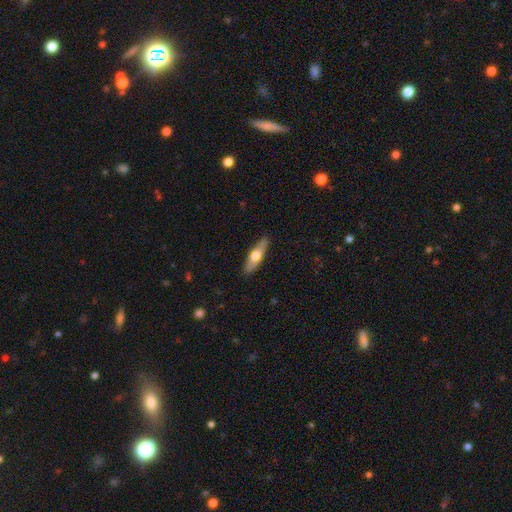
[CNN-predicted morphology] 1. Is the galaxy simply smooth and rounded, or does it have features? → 55% smooth, 40% featured or disk, 5% star or artifact.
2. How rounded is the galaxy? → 55% cigar-shaped, 43% in between, 2% round.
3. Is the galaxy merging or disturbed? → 89% none, 8% minor disturbance, 2% major disturbance, 1% merger.